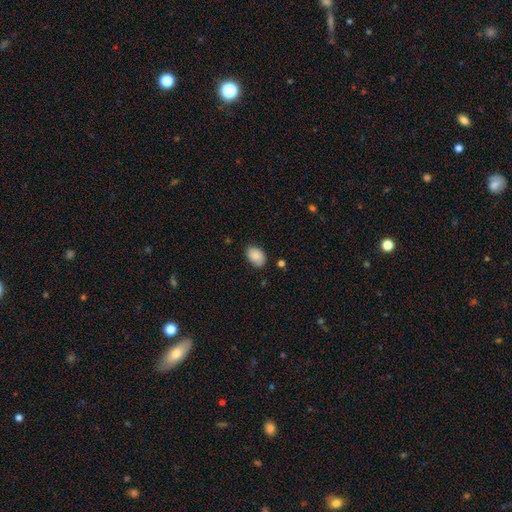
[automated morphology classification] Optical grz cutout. It shows a smooth galaxy with no disk features (85%) that is in between round and cigar-shaped (83%). Merging: none (77%).